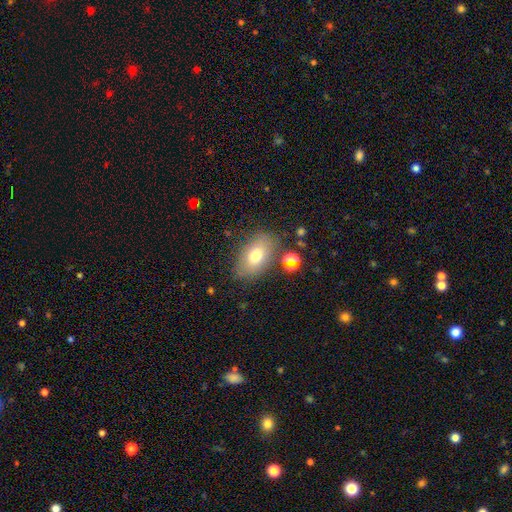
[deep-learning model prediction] A smooth galaxy with no disk features (73%) that is in between round and cigar-shaped (91%).

Vote fractions:
- Smooth or featured? smooth: 73% / featured or disk: 18% / star or artifact: 9%
- How rounded? in between: 91% / round: 7% / cigar-shaped: 3%
- Merging? none: 76% / minor disturbance: 14% / merger: 5% / major disturbance: 4%